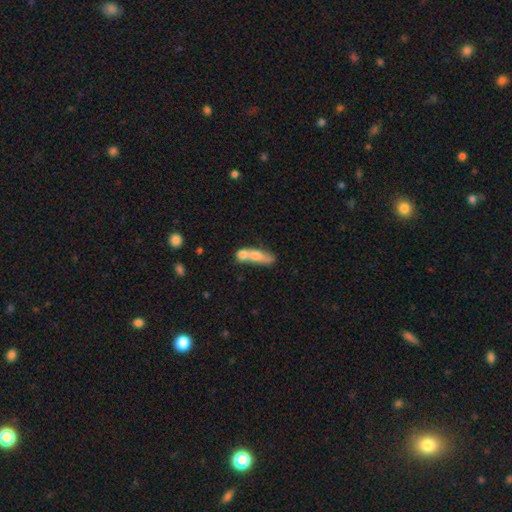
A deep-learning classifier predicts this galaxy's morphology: This is likely a smooth galaxy (62%). How rounded: possibly cigar-shaped (52%). Merging: possibly merger (56%).